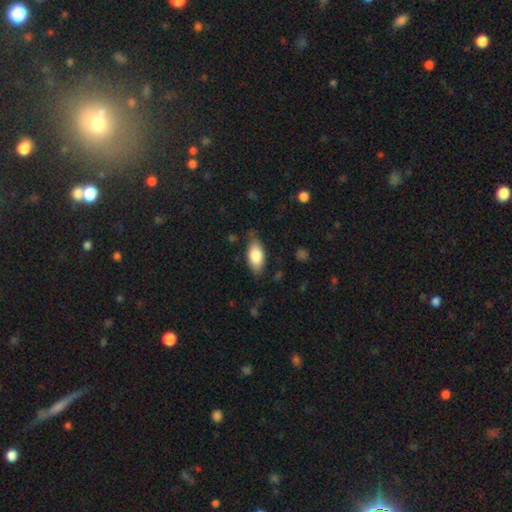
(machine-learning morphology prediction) Smooth or featured? Predicted: smooth (p=0.83). How rounded? Predicted: in between (p=0.91). Merging? Predicted: none (p=0.75).